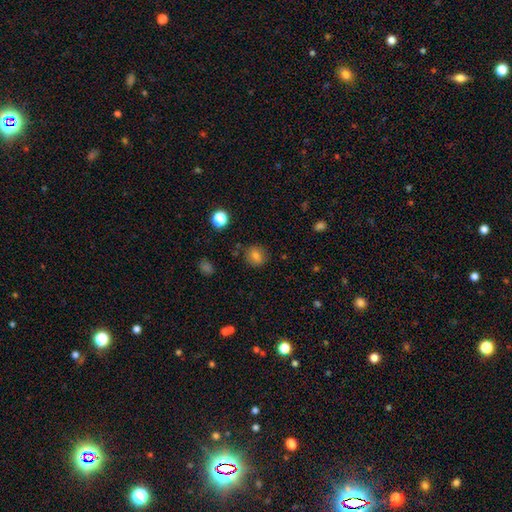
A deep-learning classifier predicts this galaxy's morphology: This is likely a smooth galaxy (78%). How rounded: likely round (80%). Merging: clearly none (84%).